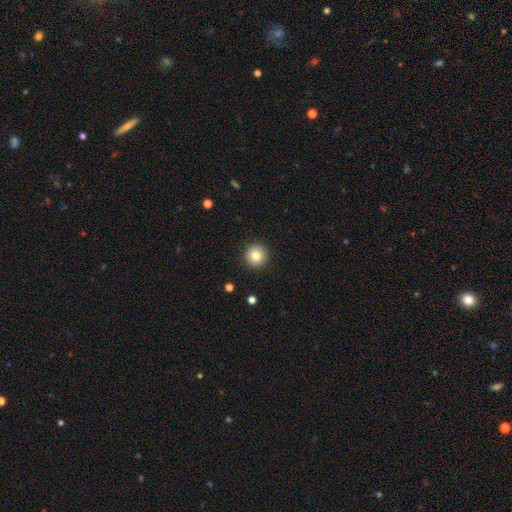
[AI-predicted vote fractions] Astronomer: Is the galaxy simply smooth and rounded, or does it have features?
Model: smooth — 81%.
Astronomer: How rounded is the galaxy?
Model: round — 96%.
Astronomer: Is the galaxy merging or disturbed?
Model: none — 93%.